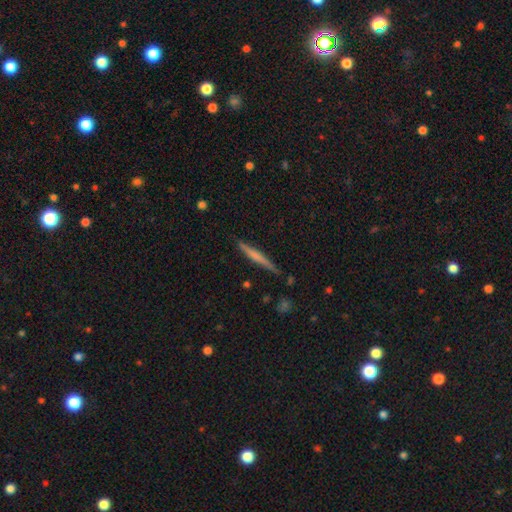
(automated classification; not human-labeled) This appears to be a featured or disk galaxy (50%) viewed edge-on (97%). Merging: none (86%).